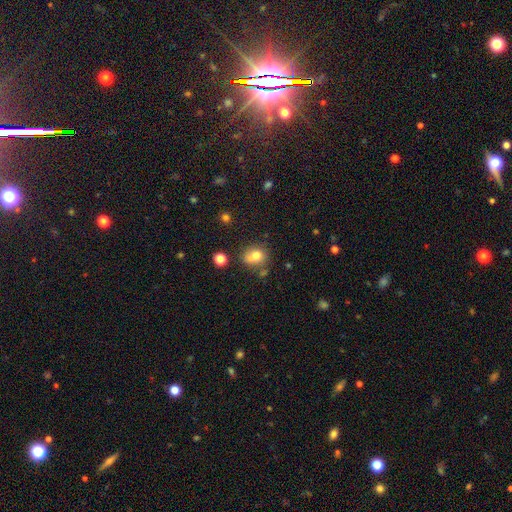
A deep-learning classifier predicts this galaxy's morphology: type=smooth (76%); roundness=round (64%); merging=none (59%).